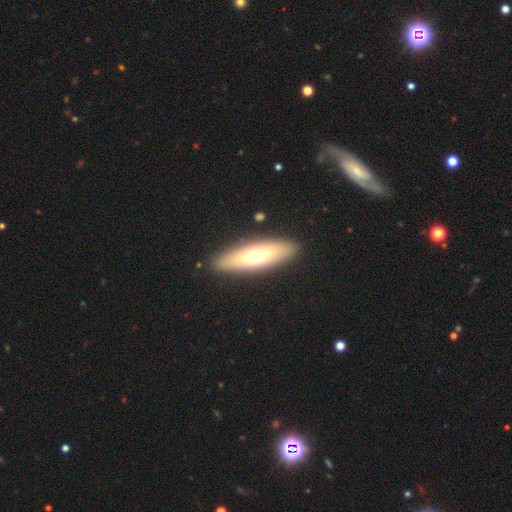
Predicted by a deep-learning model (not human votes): Smooth or featured?
  - smooth: 58% *
  - featured or disk: 36%
  - star or artifact: 6%
How rounded?
  - cigar-shaped: 59% *
  - in between: 39%
  - round: 2%
Merging?
  - none: 89% *
  - minor disturbance: 7%
  - major disturbance: 2%
  - merger: 1%